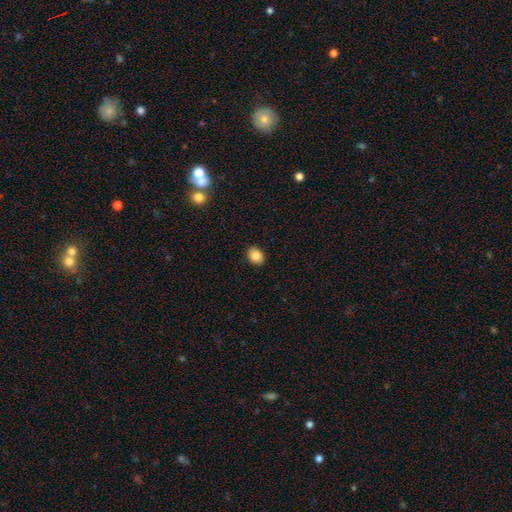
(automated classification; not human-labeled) smooth-or-featured: smooth: 87% | star or artifact: 9% | featured or disk: 4%
  how-rounded: in between: 57% | round: 42% | cigar-shaped: 1%
  merging: none: 90% | minor disturbance: 7% | major disturbance: 2% | merger: 1%